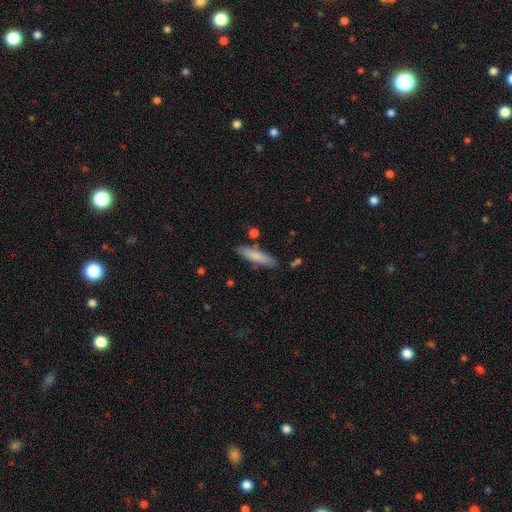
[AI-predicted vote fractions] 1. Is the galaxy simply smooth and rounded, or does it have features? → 79% smooth, 15% featured or disk, 6% star or artifact.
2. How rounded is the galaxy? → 78% cigar-shaped, 20% in between, 2% round.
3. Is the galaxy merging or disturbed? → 83% none, 11% minor disturbance, 4% merger, 2% major disturbance.